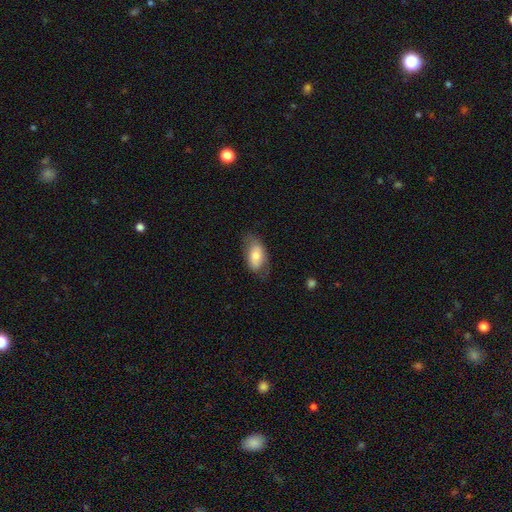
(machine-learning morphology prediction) Q: Smooth or featured?
A: smooth (71%); runner-up: featured or disk (22%)
Q: How rounded?
A: in between (92%); runner-up: round (5%)
Q: Merging?
A: none (65%); runner-up: minor disturbance (25%)